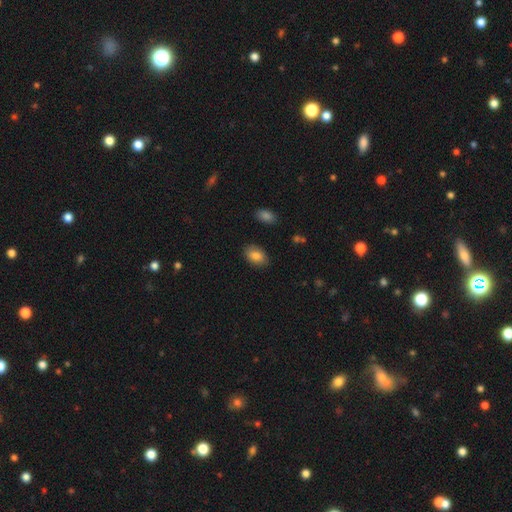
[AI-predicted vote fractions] Morphology: type=smooth (85%); roundness=in between (89%); merging=none (85%).